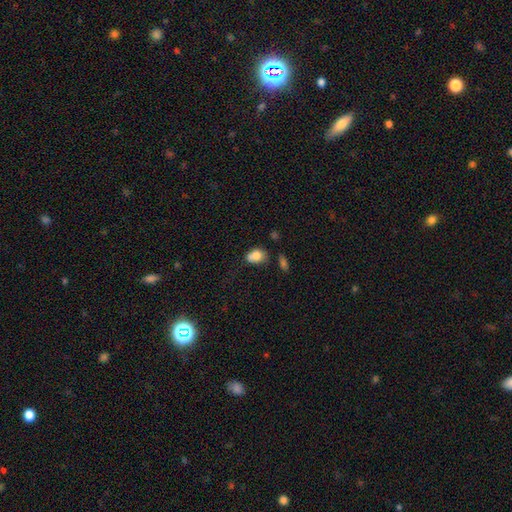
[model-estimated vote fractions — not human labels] The model was most divided on "merging": none: 40%, merger: 26%, minor disturbance: 25%, major disturbance: 9%. More confident: smooth or featured — smooth (78%); how rounded — in between (63%).